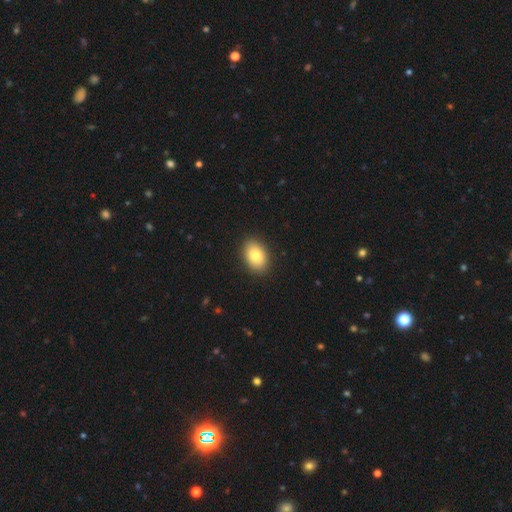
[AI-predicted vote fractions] smooth 82%, featured or disk 11%, star or artifact 8%. Down the decision tree: how rounded — in between (83%); merging — none (90%).